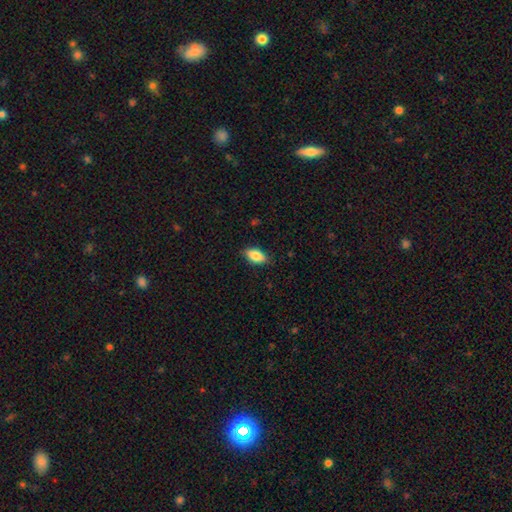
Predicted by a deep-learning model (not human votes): smooth-or-featured: smooth: 84% | featured or disk: 9% | star or artifact: 7%
  how-rounded: in between: 91% | cigar-shaped: 5% | round: 5%
  merging: none: 84% | minor disturbance: 13% | major disturbance: 2% | merger: 1%